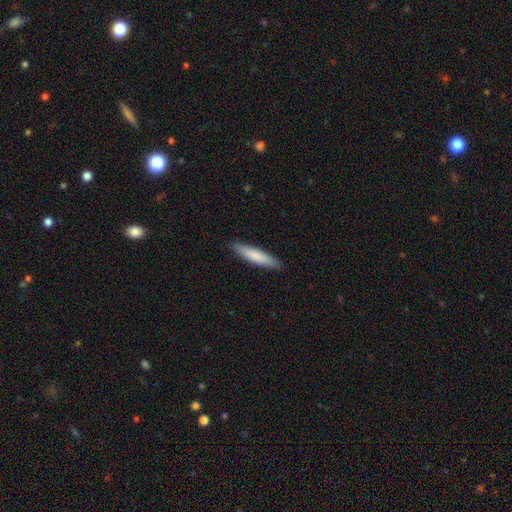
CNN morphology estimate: type=smooth (80%); roundness=cigar-shaped (83%); merging=none (90%).